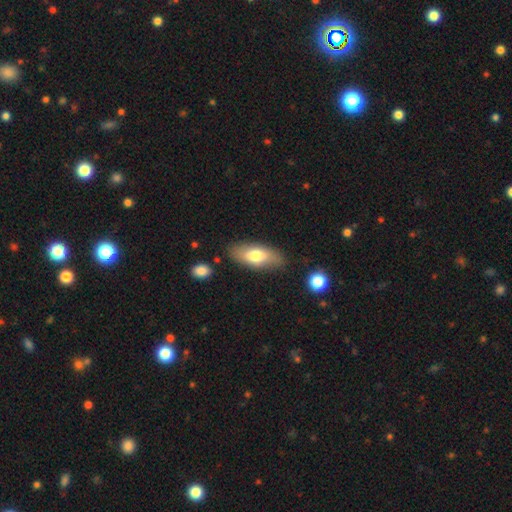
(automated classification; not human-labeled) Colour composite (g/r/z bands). It shows a smooth galaxy with no disk features (71%) that is in between round and cigar-shaped (81%). Merging: none (81%).